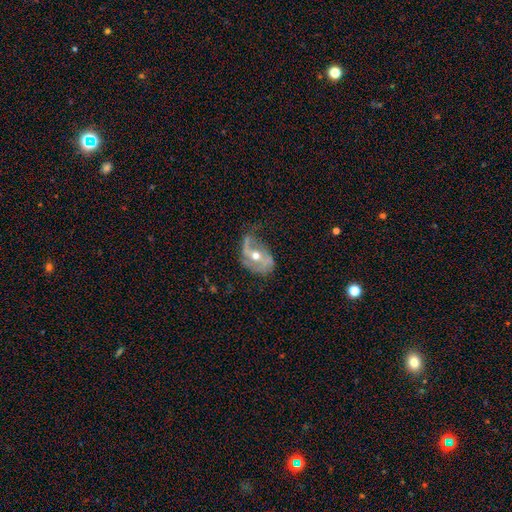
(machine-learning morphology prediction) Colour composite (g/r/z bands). It shows a featured or disk galaxy (80%) with no bar (45%), 2 (69%) loose (54%) spiral arms (87%) and a moderate central bulge (72%). Merging: none (41%).